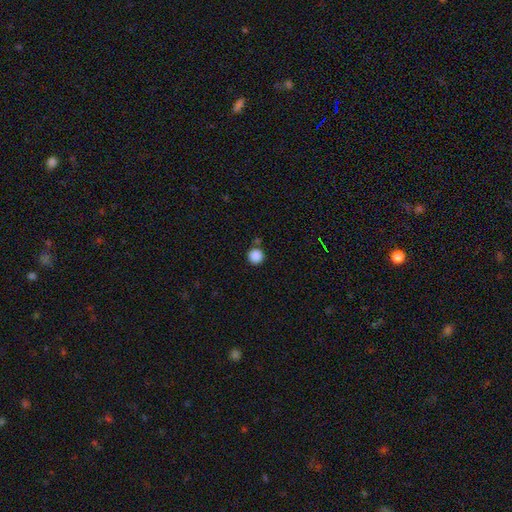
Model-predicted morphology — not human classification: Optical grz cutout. It shows a smooth galaxy with no disk features (87%) that is round (96%). Merging: none (84%).